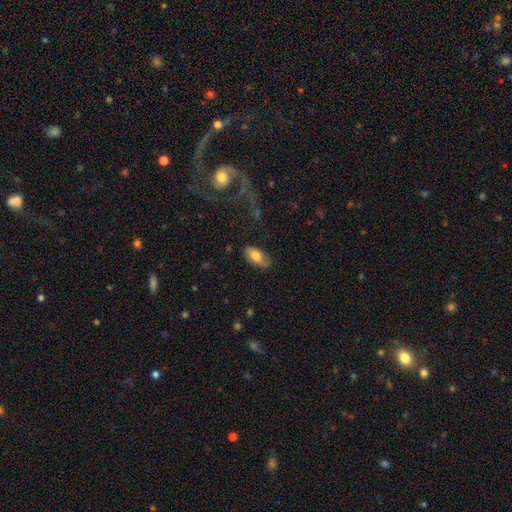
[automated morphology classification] Smooth or featured: smooth — 73% (featured or disk — 20%)
How rounded: in between — 91% (cigar-shaped — 6%)
Merging: none — 74% (minor disturbance — 20%)